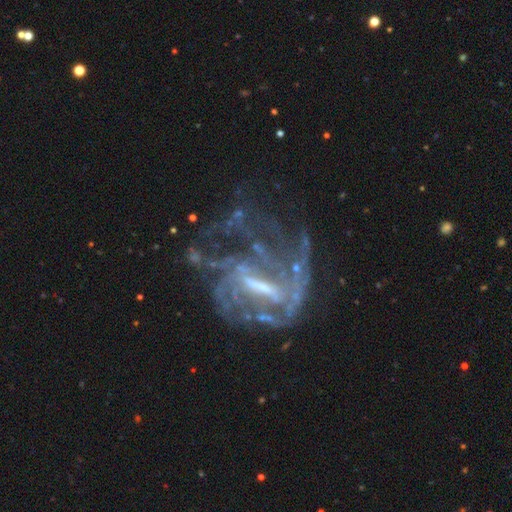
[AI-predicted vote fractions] featured or disk 77%, star or artifact 15%, smooth 7%. Down the decision tree: edge-on disk — no (94%); bar — strong (42%); spiral arms — yes (71%); spiral arm count — can't tell (51%); spiral winding — medium (39%); bulge size — small (40%); merging — none (41%).